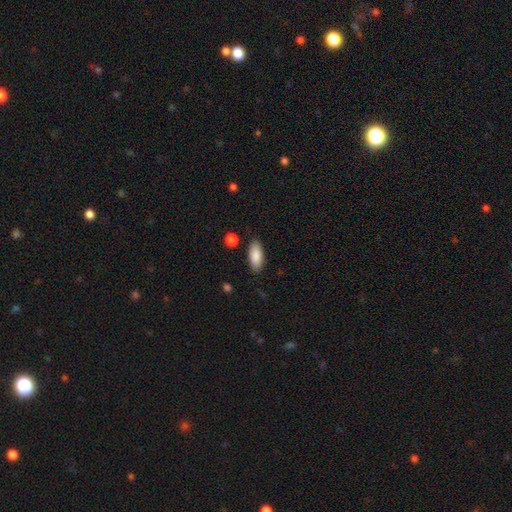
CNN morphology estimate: type=smooth (88%); roundness=in between (84%); merging=none (85%).